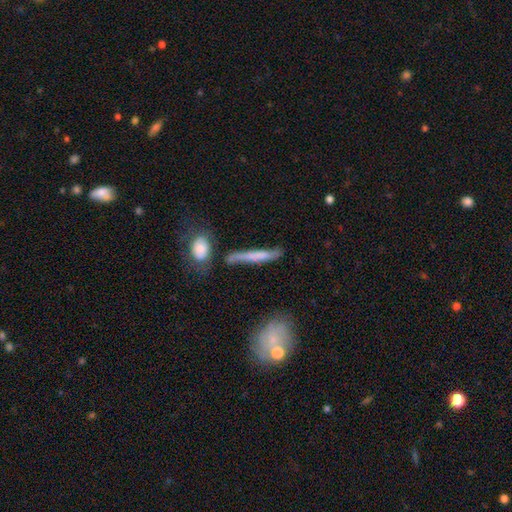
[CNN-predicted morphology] Smooth or featured? smooth (55%)
How rounded? cigar-shaped (91%)
Merging? none (63%)